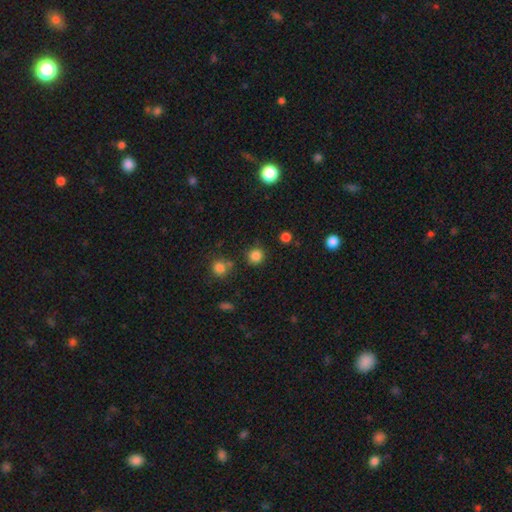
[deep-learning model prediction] Smooth or featured?
  - smooth: 83% *
  - star or artifact: 14%
  - featured or disk: 4%
How rounded?
  - round: 92% *
  - in between: 7%
  - cigar-shaped: 1%
Merging?
  - none: 82% *
  - minor disturbance: 9%
  - merger: 5%
  - major disturbance: 3%